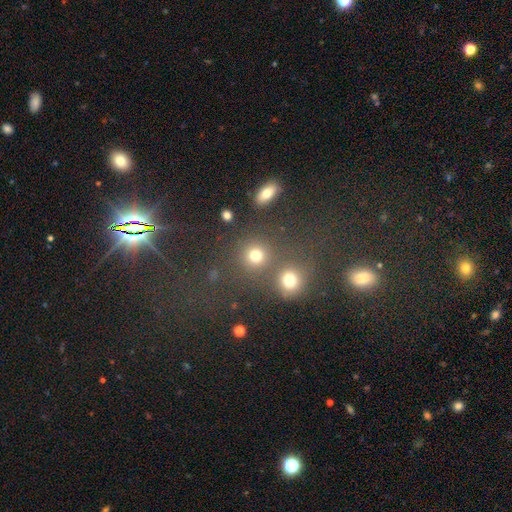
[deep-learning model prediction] smooth 78%, star or artifact 16%, featured or disk 6%. Down the decision tree: how rounded — round (88%); merging — none (69%).